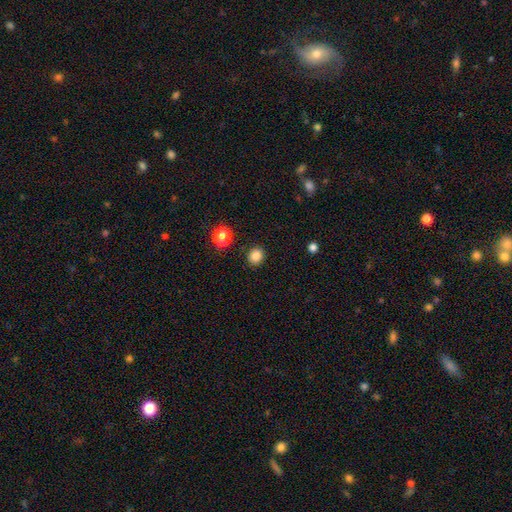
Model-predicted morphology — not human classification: A smooth galaxy with no disk features (85%) that is round (78%).

Vote fractions:
- Smooth or featured? smooth: 85% / star or artifact: 12% / featured or disk: 3%
- How rounded? round: 78% / in between: 21% / cigar-shaped: 1%
- Merging? none: 90% / minor disturbance: 7% / major disturbance: 2% / merger: 2%